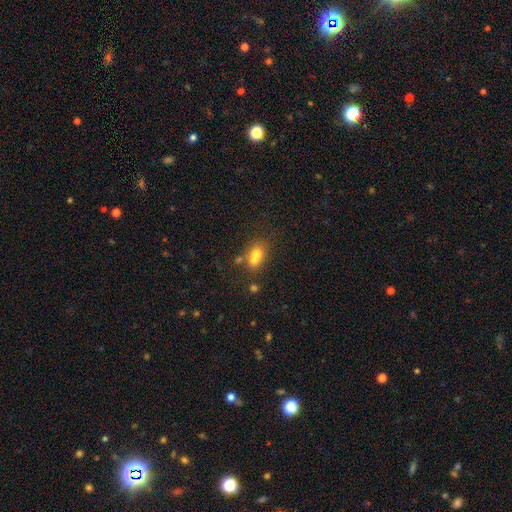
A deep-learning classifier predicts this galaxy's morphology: type=smooth (66%); roundness=round (49%, tied with in between); merging=merger (57%).